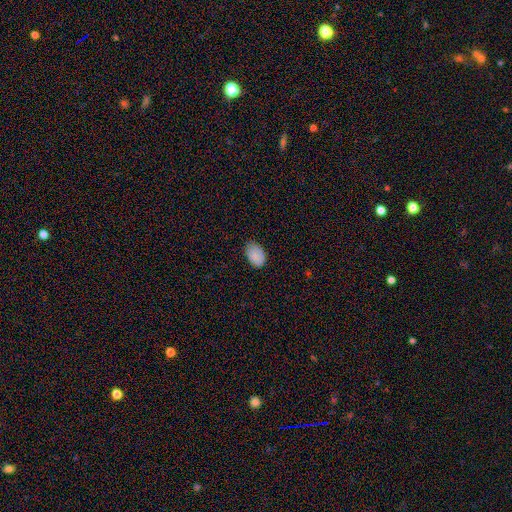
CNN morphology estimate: Smooth or featured?
  - smooth: 84% *
  - featured or disk: 8%
  - star or artifact: 8%
How rounded?
  - in between: 89% *
  - round: 10%
  - cigar-shaped: 1%
Merging?
  - none: 73% *
  - minor disturbance: 23%
  - major disturbance: 3%
  - merger: 1%